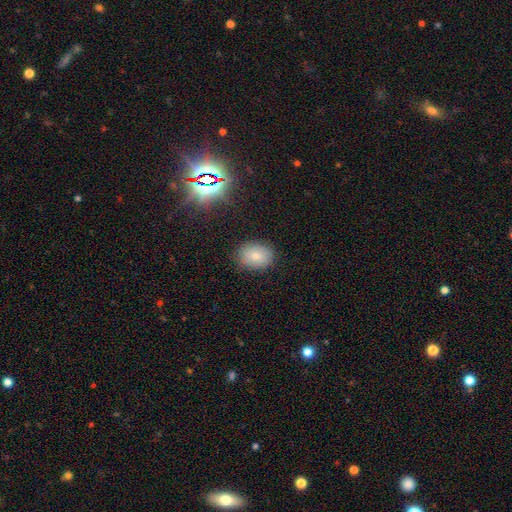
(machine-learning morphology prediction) smooth-or-featured: smooth: 79% | featured or disk: 11% | star or artifact: 10%
  how-rounded: in between: 66% | round: 33% | cigar-shaped: 1%
  merging: none: 84% | minor disturbance: 12% | major disturbance: 3% | merger: 1%